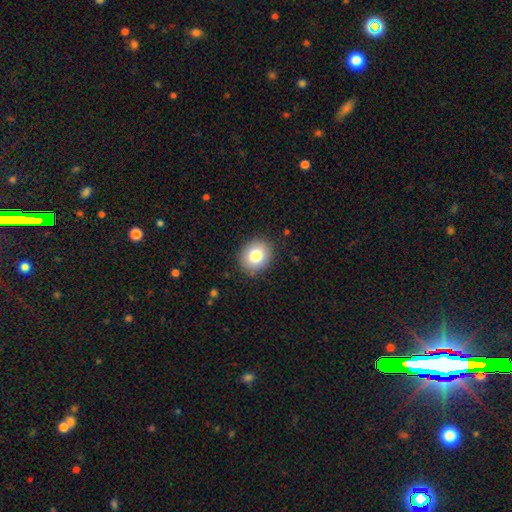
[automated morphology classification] smooth-or-featured: smooth: 81% | featured or disk: 9% | star or artifact: 9%
  how-rounded: round: 68% | in between: 32% | cigar-shaped: 1%
  merging: none: 88% | minor disturbance: 9% | major disturbance: 2% | merger: 1%